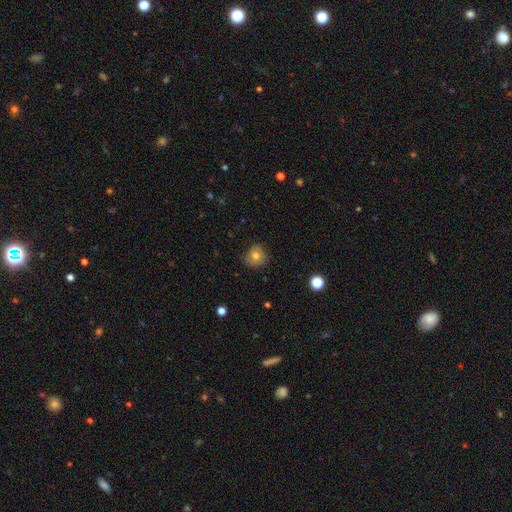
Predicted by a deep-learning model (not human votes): Smooth or featured? Predicted: smooth (p=0.70). How rounded? Predicted: round (p=0.83). Merging? Predicted: none (p=0.76).